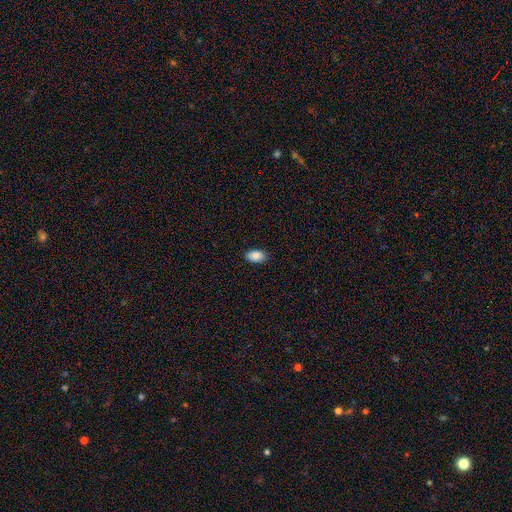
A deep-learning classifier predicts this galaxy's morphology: A smooth galaxy with no disk features (87%) that is in between round and cigar-shaped (93%). Merging: none (87%).